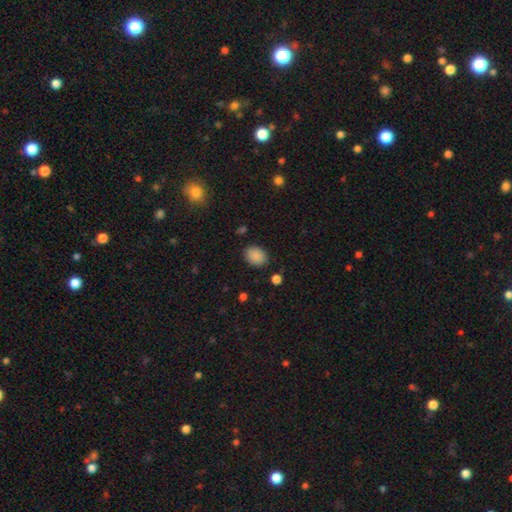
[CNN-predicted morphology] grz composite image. It shows a smooth galaxy with no disk features (88%) that is in between round and cigar-shaped (62%). Merging: none (85%).